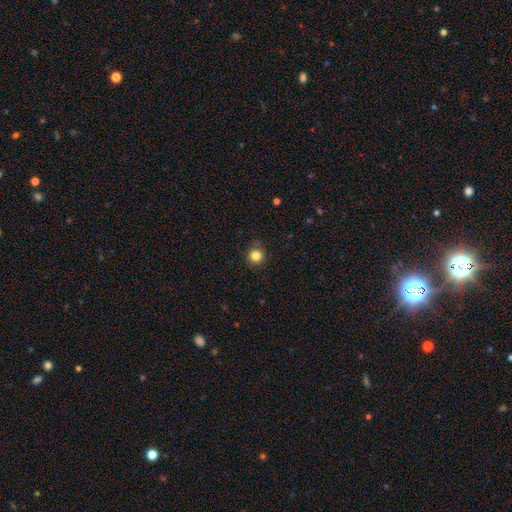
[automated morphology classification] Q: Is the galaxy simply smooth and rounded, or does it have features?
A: smooth — 83%.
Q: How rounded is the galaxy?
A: round — 93%.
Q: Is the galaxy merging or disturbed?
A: none — 88%.